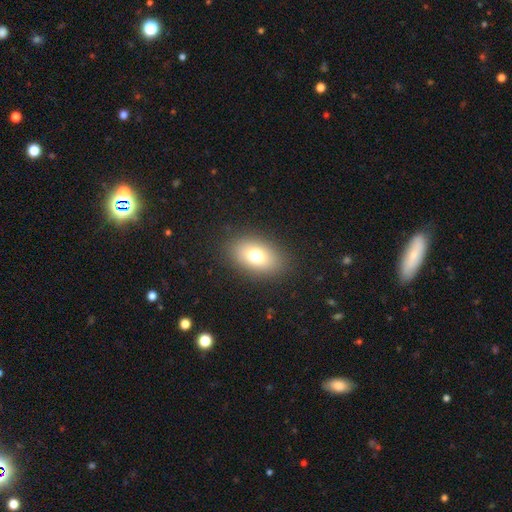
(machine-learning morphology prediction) This is likely a smooth galaxy (73%). How rounded: clearly in between (83%). Merging: clearly none (87%).